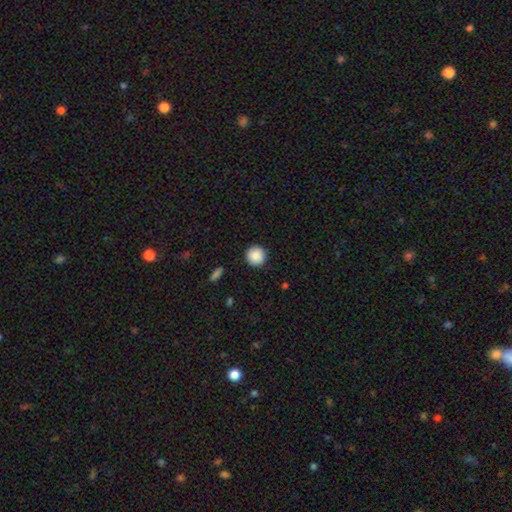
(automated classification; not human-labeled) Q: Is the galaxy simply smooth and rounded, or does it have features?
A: smooth — 89%.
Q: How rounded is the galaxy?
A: round — 95%.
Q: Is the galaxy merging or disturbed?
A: none — 91%.